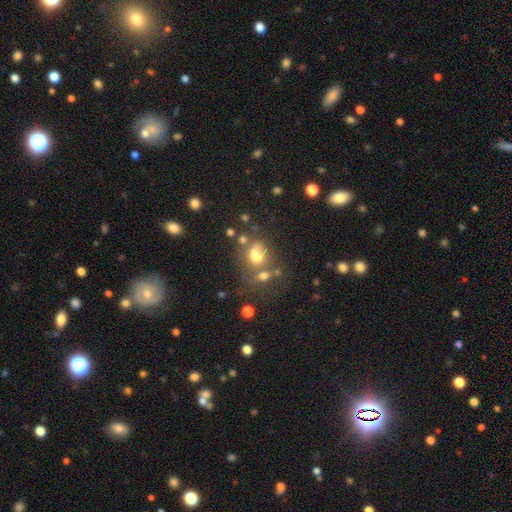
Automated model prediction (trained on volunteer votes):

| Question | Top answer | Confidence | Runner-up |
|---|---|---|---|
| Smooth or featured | smooth | 62% | featured or disk (20%) |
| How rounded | round | 52% | in between (47%) |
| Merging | merger | 39% | none (36%) |